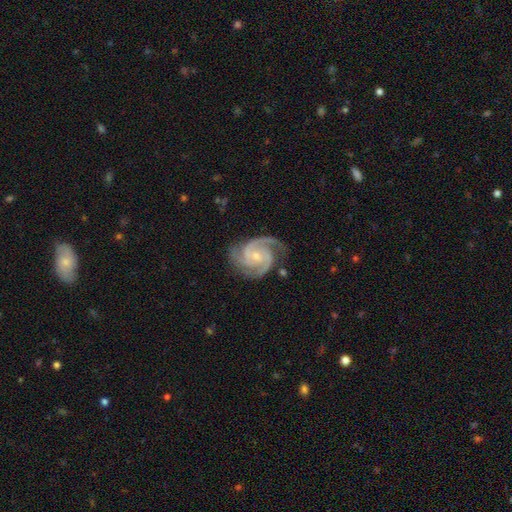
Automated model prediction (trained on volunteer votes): Smooth or featured?
  - featured or disk: 94% *
  - star or artifact: 3%
  - smooth: 3%
Edge-on disk?
  - no: 98% *
  - yes: 2%
Bar?
  - no: 60% *
  - weak: 30%
  - strong: 10%
Spiral arms?
  - yes: 99% *
  - no: 1%
Spiral winding?
  - tight: 52% *
  - medium: 44%
  - loose: 4%
Spiral arm count?
  - 3: 62% *
  - 2: 23%
  - 4: 5%
  - can't tell: 4%
  - 1: 3%
  - more than 4: 3%
Bulge size?
  - small: 65% *
  - moderate: 31%
  - none: 2%
  - large: 1%
  - dominant: 1%
Merging?
  - none: 75% *
  - minor disturbance: 18%
  - major disturbance: 5%
  - merger: 2%